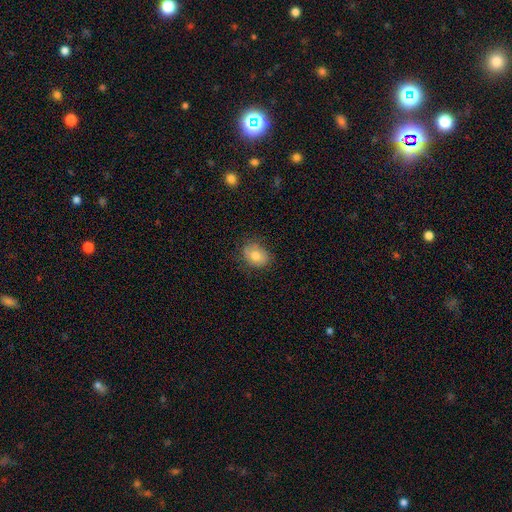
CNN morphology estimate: A smooth galaxy with no disk features (76%) that is in between round and cigar-shaped (57%). Merging: none (75%).